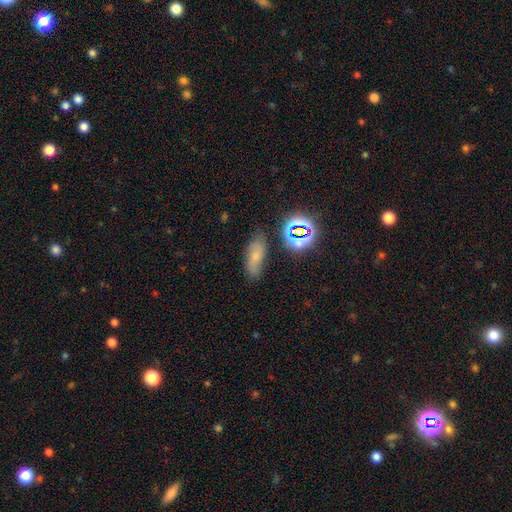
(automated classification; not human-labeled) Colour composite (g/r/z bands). It shows a smooth galaxy with no disk features (51%) that is in between round and cigar-shaped (75%). Merging: none (72%).